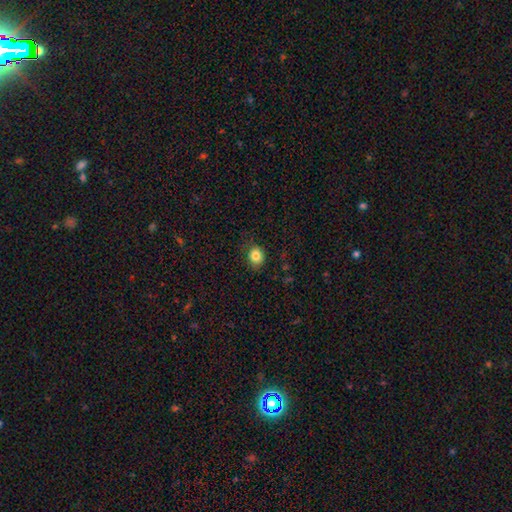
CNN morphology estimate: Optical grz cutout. It shows a smooth galaxy with no disk features (83%) that is round (64%). Merging: none (83%).